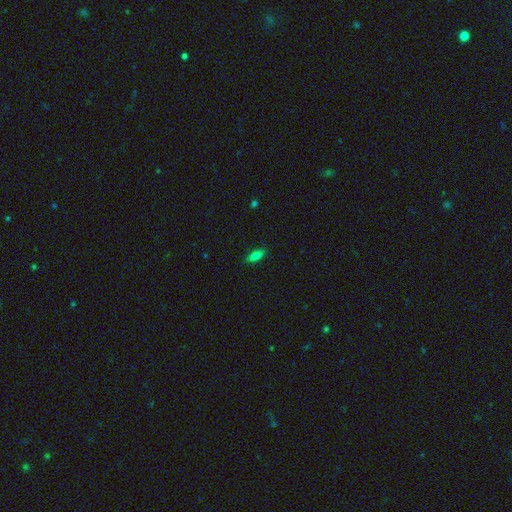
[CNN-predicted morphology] Smooth or featured?
  - smooth: 78% *
  - featured or disk: 12%
  - star or artifact: 9%
How rounded?
  - in between: 71% *
  - cigar-shaped: 26%
  - round: 3%
Merging?
  - none: 86% *
  - minor disturbance: 11%
  - major disturbance: 2%
  - merger: 1%